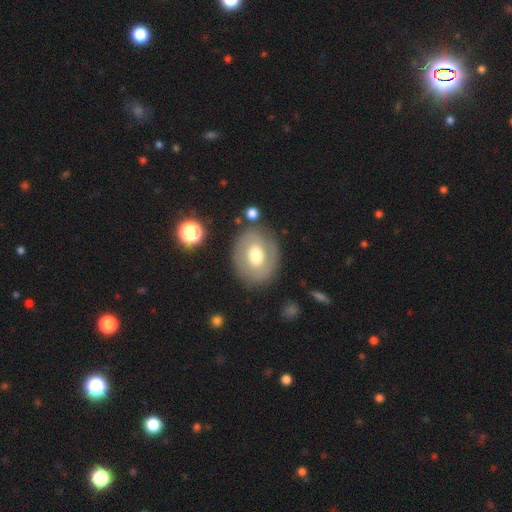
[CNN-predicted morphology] The model was most divided on "smooth or featured": smooth: 47%, featured or disk: 46%, star or artifact: 7%. More confident: merging — none (79%).